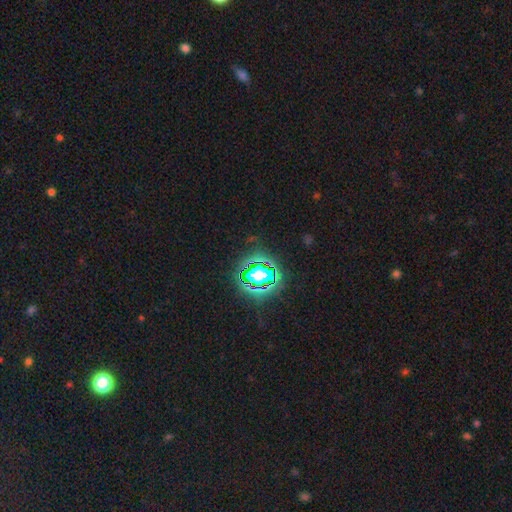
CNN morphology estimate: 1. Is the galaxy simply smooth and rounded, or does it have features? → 80% star or artifact, 13% smooth, 7% featured or disk.